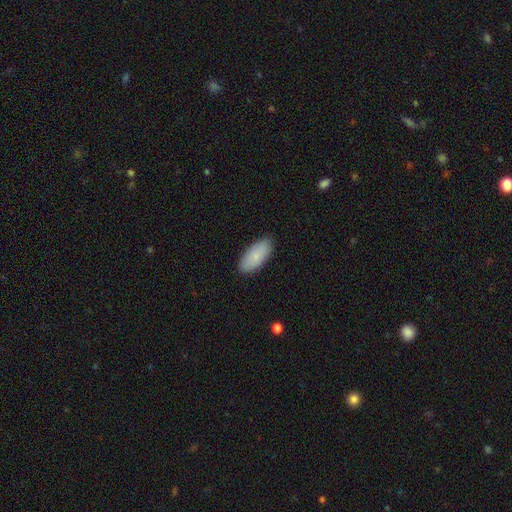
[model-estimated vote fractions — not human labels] Smooth or featured? Predicted: smooth (p=0.86). How rounded? Predicted: in between (p=0.88). Merging? Predicted: none (p=0.88).